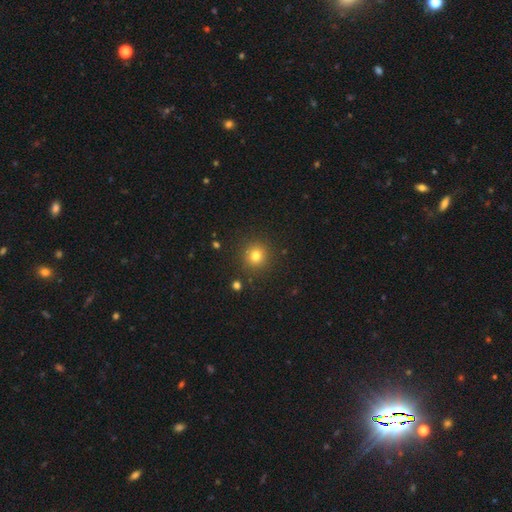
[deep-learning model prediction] Smooth or featured: smooth — 79% (star or artifact — 14%)
How rounded: round — 93% (in between — 6%)
Merging: none — 89% (minor disturbance — 7%)